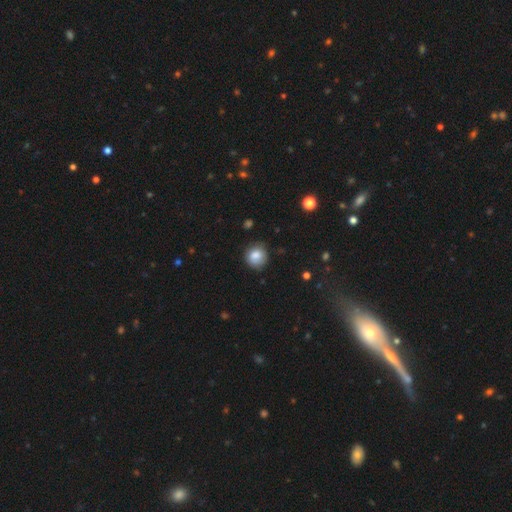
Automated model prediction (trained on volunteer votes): Smooth or featured: smooth — 83% (star or artifact — 9%)
How rounded: round — 86% (in between — 13%)
Merging: none — 78% (minor disturbance — 17%)